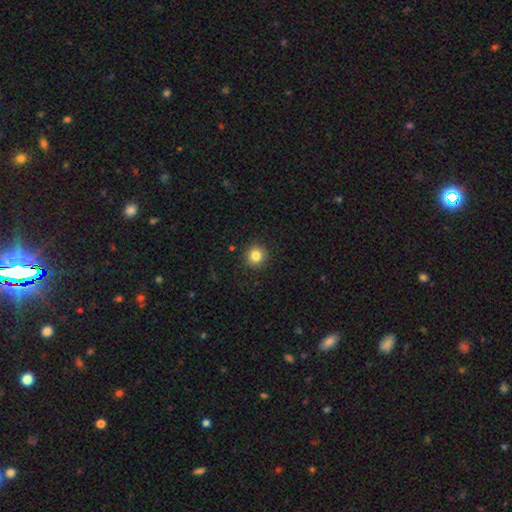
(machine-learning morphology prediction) The model was most divided on "smooth or featured": smooth: 83%, star or artifact: 11%, featured or disk: 6%. More confident: how rounded — round (92%); merging — none (92%).